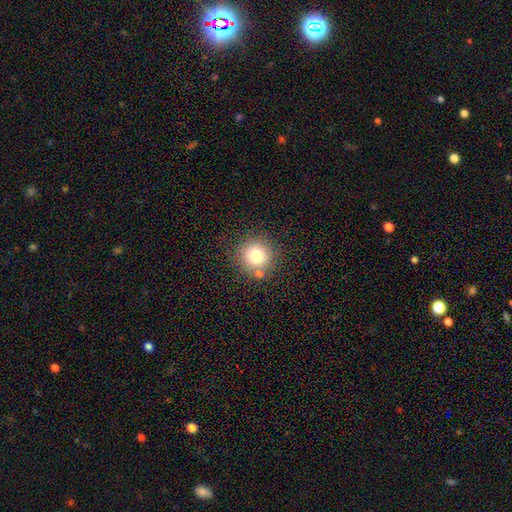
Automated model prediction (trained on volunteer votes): The model was most divided on "smooth or featured": smooth: 78%, star or artifact: 12%, featured or disk: 10%. More confident: how rounded — round (93%); merging — none (78%).